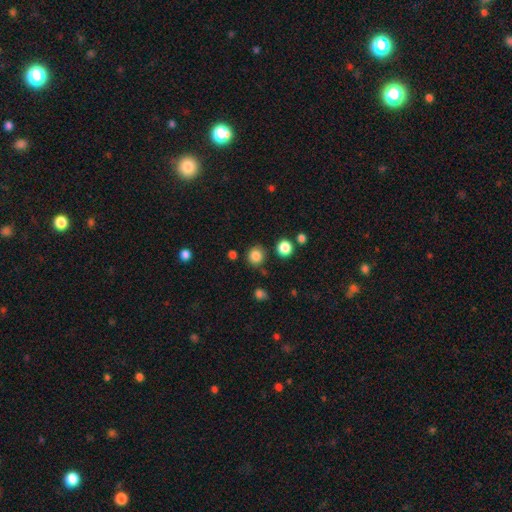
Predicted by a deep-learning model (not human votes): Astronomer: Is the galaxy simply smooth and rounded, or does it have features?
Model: smooth — 84%.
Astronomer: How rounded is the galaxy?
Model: round — 90%.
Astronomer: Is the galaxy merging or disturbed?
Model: none — 84%.